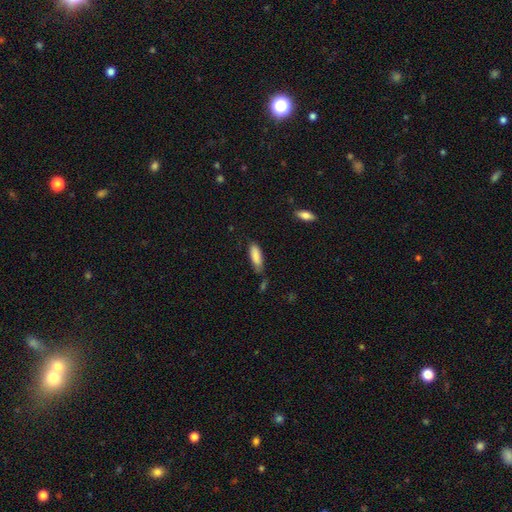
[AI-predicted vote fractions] Smooth or featured: smooth — 86% (featured or disk — 7%)
How rounded: in between — 58% (cigar-shaped — 40%)
Merging: none — 60% (minor disturbance — 28%)